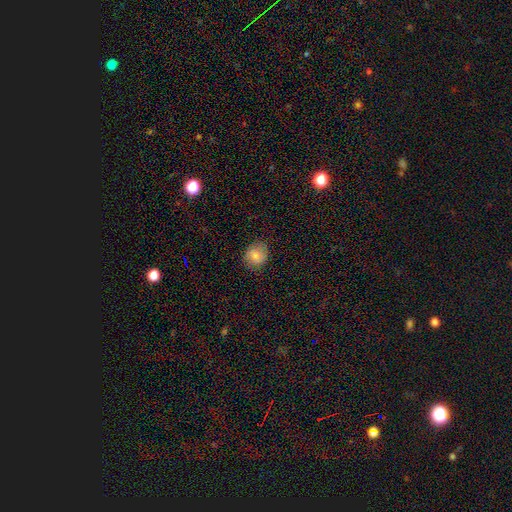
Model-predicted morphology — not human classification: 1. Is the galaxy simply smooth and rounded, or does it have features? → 77% smooth, 14% featured or disk, 9% star or artifact.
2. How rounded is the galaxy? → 69% round, 30% in between, 1% cigar-shaped.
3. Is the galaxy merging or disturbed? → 81% none, 14% minor disturbance, 4% major disturbance, 1% merger.